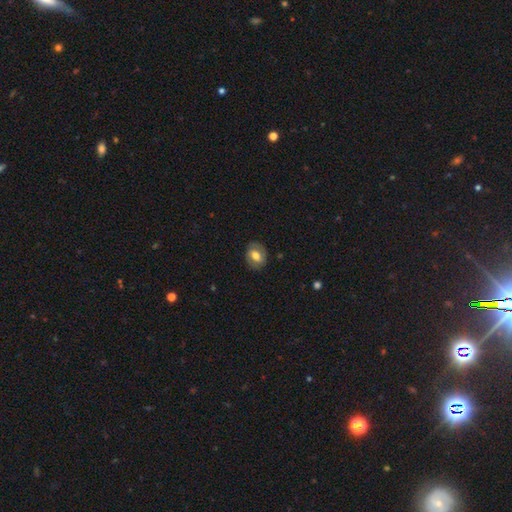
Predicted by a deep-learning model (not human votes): Smooth or featured? smooth (56%)
How rounded? in between (64%)
Merging? none (82%)